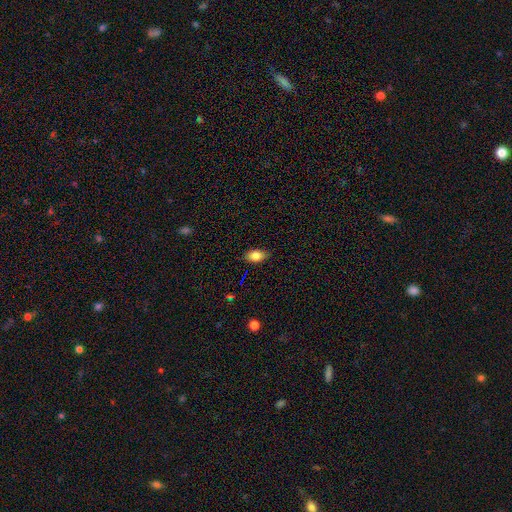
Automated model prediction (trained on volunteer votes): This appears to be a smooth galaxy with no disk features (85%) that is in between round and cigar-shaped (89%). Merging: none (82%).